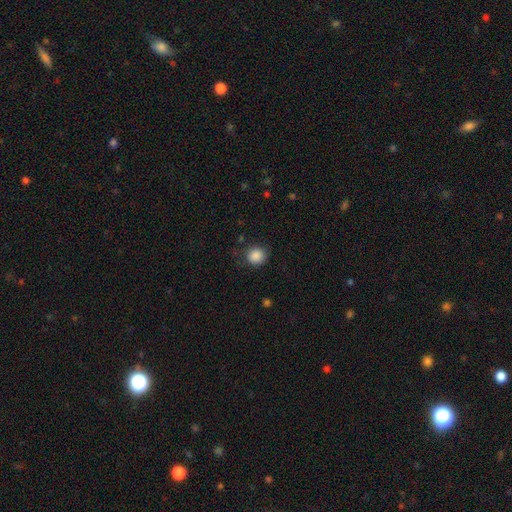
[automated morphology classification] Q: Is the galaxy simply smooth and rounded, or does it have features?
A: smooth — 88%.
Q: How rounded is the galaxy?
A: round — 85%.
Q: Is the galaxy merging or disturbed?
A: none — 82%.